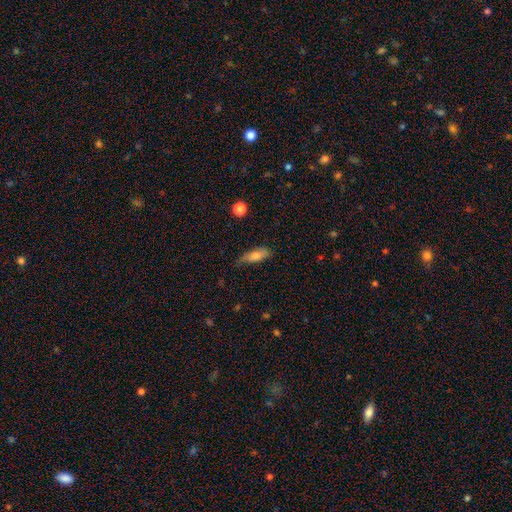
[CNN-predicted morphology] Smooth or featured?
  - smooth: 73% *
  - featured or disk: 20%
  - star or artifact: 7%
How rounded?
  - in between: 58% *
  - cigar-shaped: 39%
  - round: 3%
Merging?
  - none: 55% *
  - minor disturbance: 34%
  - major disturbance: 9%
  - merger: 2%